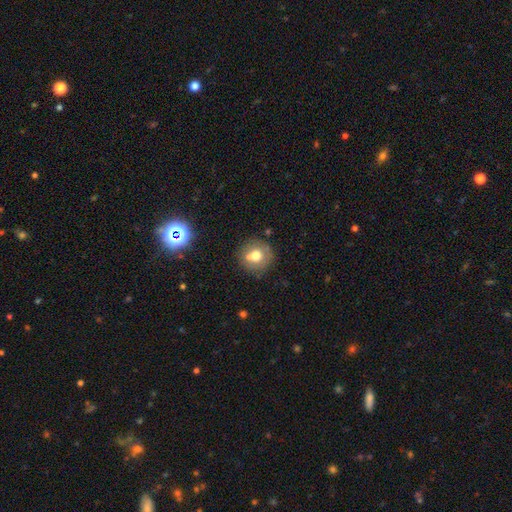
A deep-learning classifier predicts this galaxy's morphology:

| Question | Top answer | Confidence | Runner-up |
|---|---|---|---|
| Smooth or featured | smooth | 68% | featured or disk (21%) |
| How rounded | round | 90% | in between (9%) |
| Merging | none | 67% | merger (18%) |